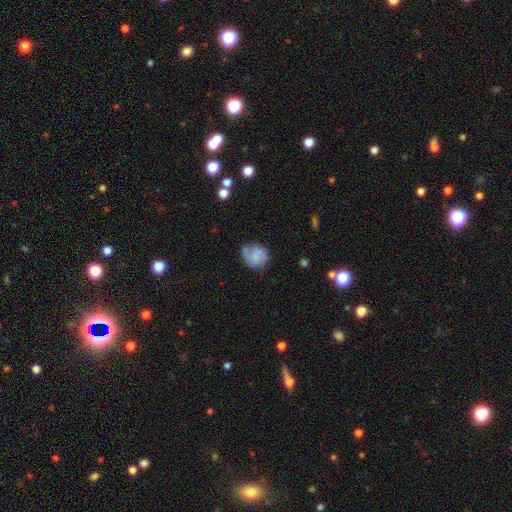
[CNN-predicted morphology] The model was most divided on "smooth or featured": smooth: 49%, featured or disk: 42%, star or artifact: 9%. More confident: merging — none (62%).